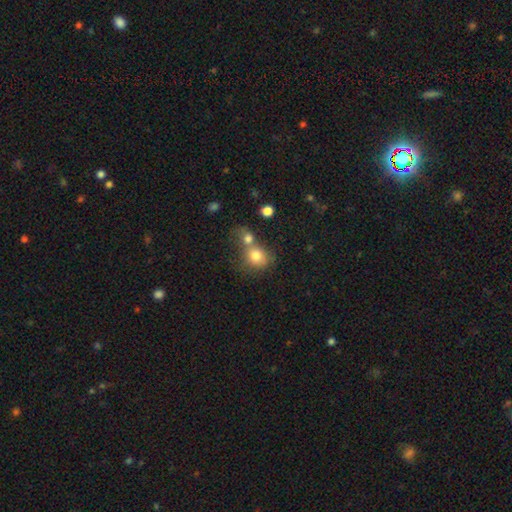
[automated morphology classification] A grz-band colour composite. It shows a smooth galaxy with no disk features (78%) that is round (70%). Merging: merger (56%).